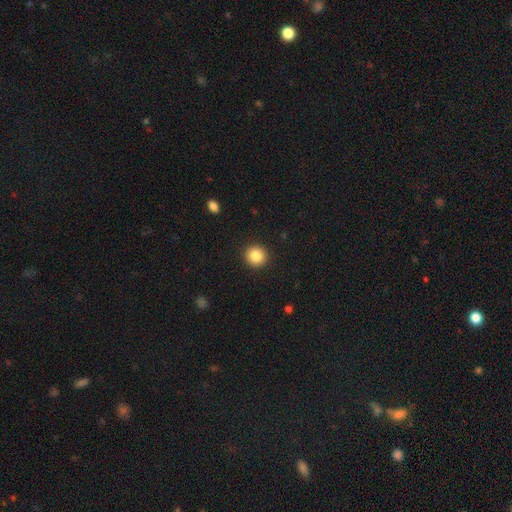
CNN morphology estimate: type=smooth (86%); roundness=round (93%); merging=none (92%).